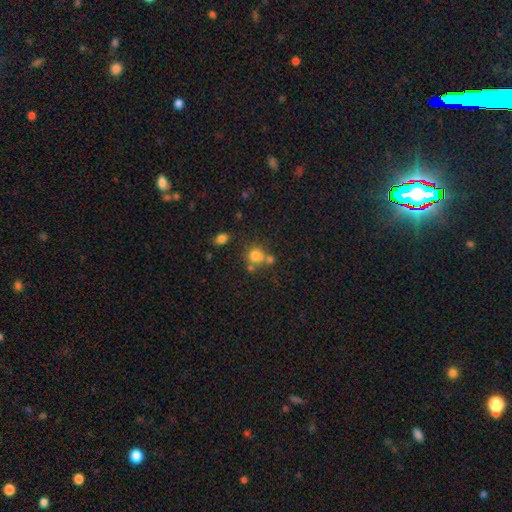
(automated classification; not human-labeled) Smooth or featured?
  - smooth: 74% *
  - star or artifact: 15%
  - featured or disk: 11%
How rounded?
  - round: 79% *
  - in between: 19%
  - cigar-shaped: 1%
Merging?
  - none: 47% *
  - merger: 35%
  - minor disturbance: 11%
  - major disturbance: 6%